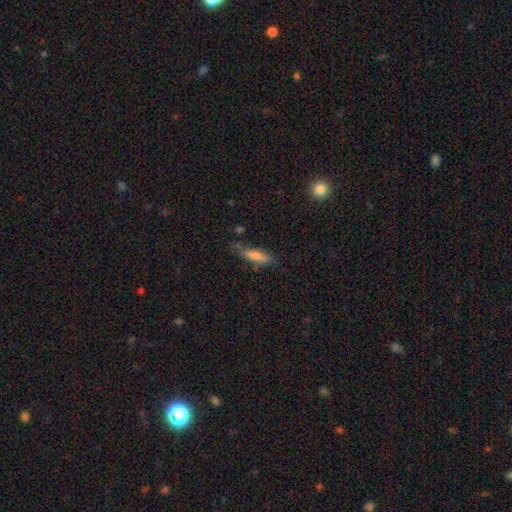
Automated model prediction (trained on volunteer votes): Smooth or featured?
  - smooth: 70% *
  - featured or disk: 23%
  - star or artifact: 8%
How rounded?
  - cigar-shaped: 69% *
  - in between: 29%
  - round: 2%
Merging?
  - none: 71% *
  - minor disturbance: 20%
  - major disturbance: 5%
  - merger: 4%